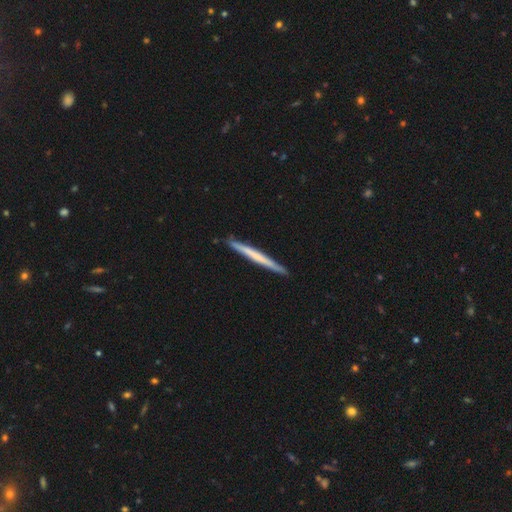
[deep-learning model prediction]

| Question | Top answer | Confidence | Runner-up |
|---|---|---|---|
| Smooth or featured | smooth | 49% | featured or disk (46%) |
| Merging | none | 91% | minor disturbance (6%) |